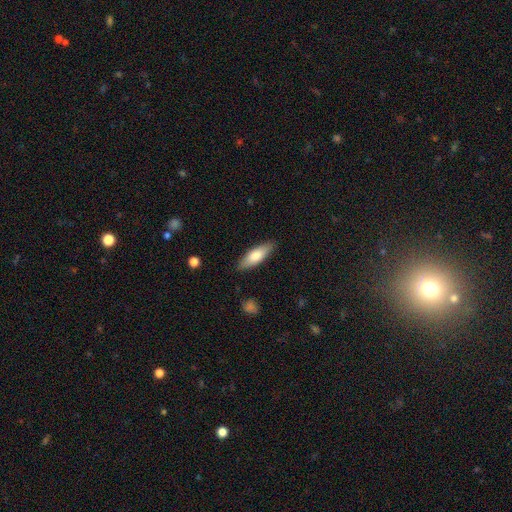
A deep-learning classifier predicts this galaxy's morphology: Overall: smooth (72%). How rounded: in between (53%; cigar-shaped 45%). Merging: none (87%).